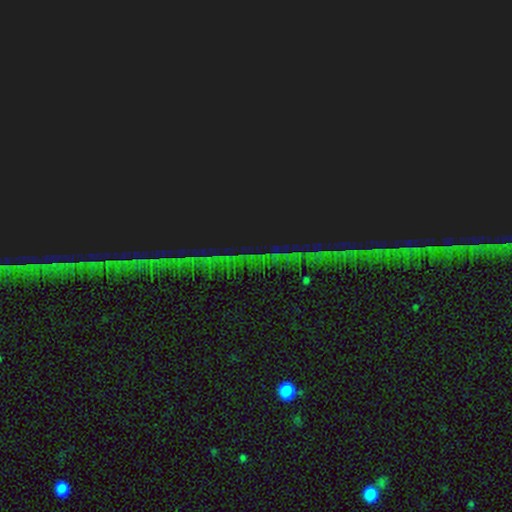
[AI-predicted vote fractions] This is clearly a star or artifact rather than a galaxy (86%).